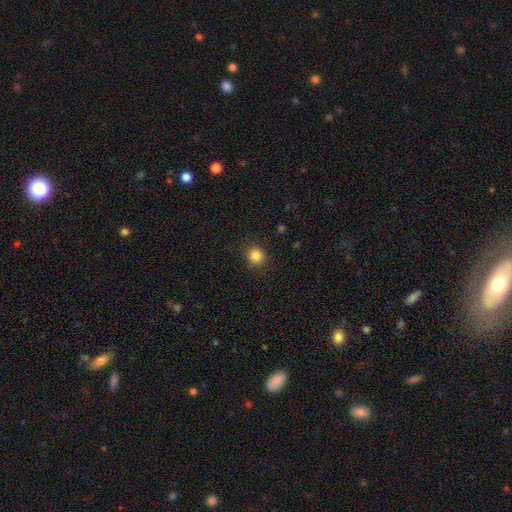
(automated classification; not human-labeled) Smooth or featured?
  - smooth: 85% *
  - star or artifact: 11%
  - featured or disk: 4%
How rounded?
  - round: 81% *
  - in between: 18%
  - cigar-shaped: 1%
Merging?
  - none: 87% *
  - minor disturbance: 9%
  - major disturbance: 3%
  - merger: 1%